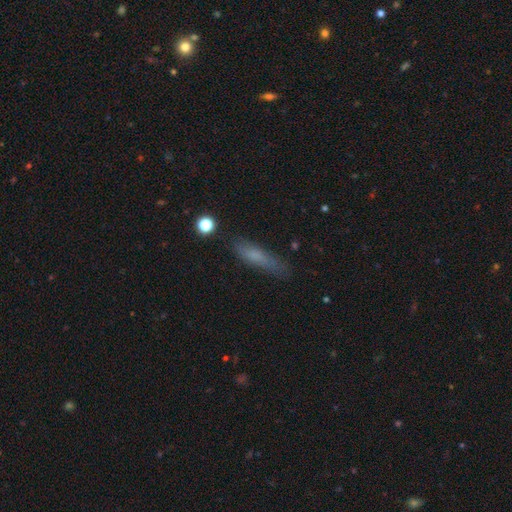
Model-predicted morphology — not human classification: Smooth or featured? smooth (68%)
How rounded? cigar-shaped (76%)
Merging? none (72%)